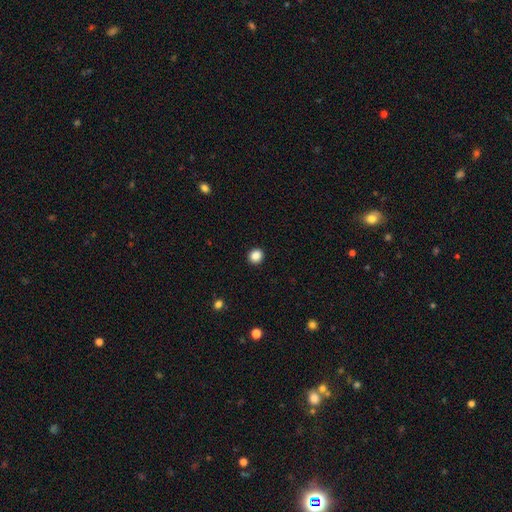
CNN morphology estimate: Q: Smooth or featured?
A: smooth (87%); runner-up: star or artifact (10%)
Q: How rounded?
A: round (87%); runner-up: in between (12%)
Q: Merging?
A: none (93%); runner-up: minor disturbance (5%)